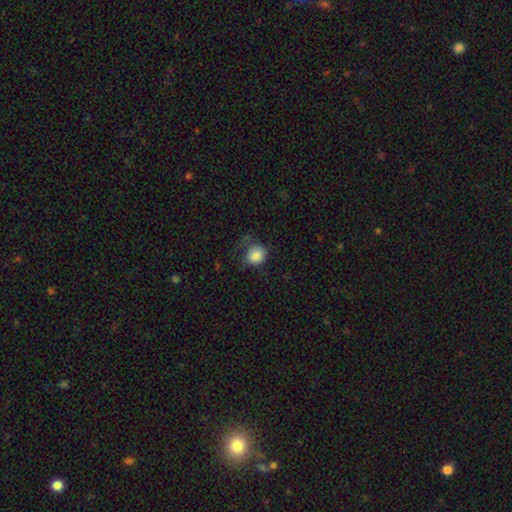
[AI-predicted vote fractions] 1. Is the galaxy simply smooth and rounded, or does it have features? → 84% smooth, 9% star or artifact, 7% featured or disk.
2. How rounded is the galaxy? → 79% round, 20% in between, 1% cigar-shaped.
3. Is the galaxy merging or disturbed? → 54% none, 26% minor disturbance, 17% major disturbance, 3% merger.